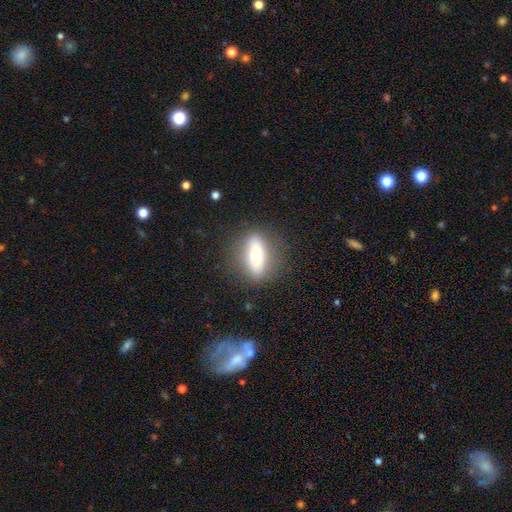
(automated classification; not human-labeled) The model was most divided on "smooth or featured": smooth: 56%, featured or disk: 36%, star or artifact: 8%. More confident: merging — none (83%); how rounded — in between (57%).